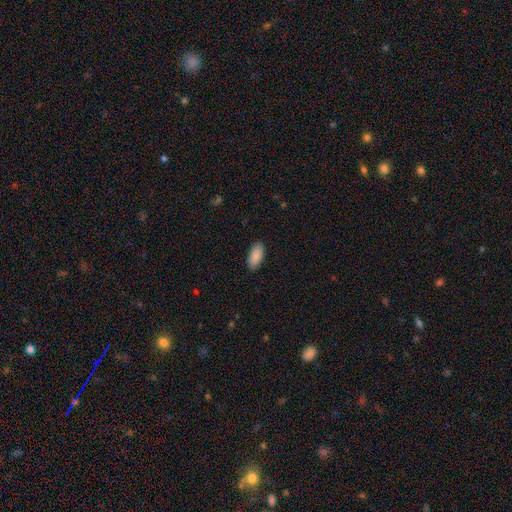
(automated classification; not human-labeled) A smooth galaxy with no disk features (90%) that is in between round and cigar-shaped (89%). Merging: none (90%).